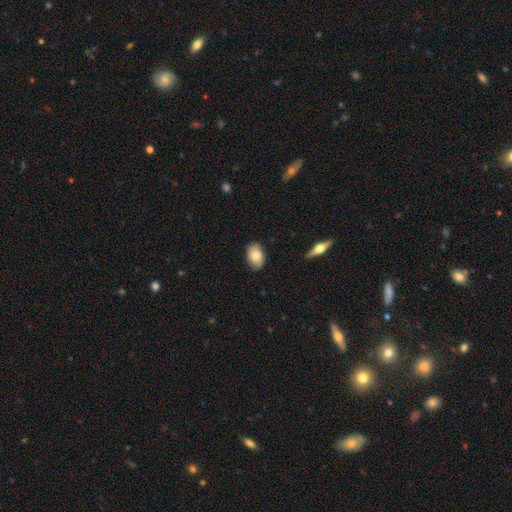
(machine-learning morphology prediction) This appears to be a smooth galaxy with no disk features (79%) that is in between round and cigar-shaped (91%). Merging: none (84%).